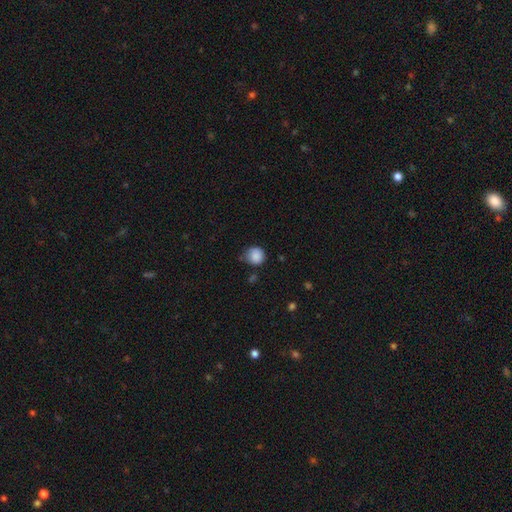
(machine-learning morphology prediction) Overall: smooth (87%). How rounded: round (88%). Merging: none (67%).